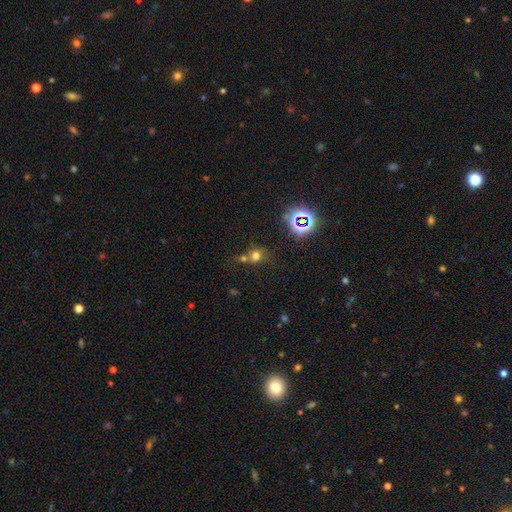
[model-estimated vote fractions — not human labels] smooth-or-featured: smooth: 62% | star or artifact: 27% | featured or disk: 11%
  how-rounded: round: 77% | in between: 21% | cigar-shaped: 1%
  merging: none: 45% | merger: 37% | minor disturbance: 11% | major disturbance: 7%